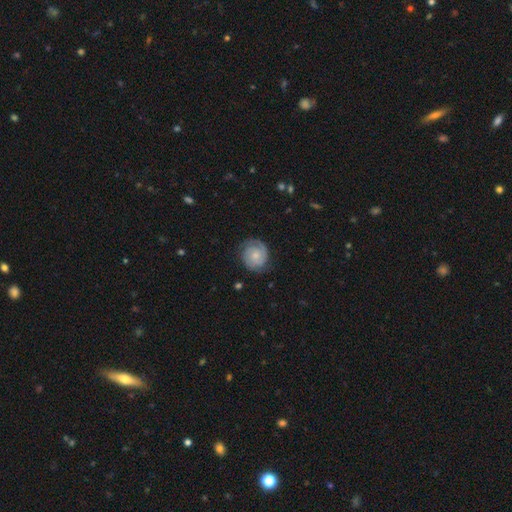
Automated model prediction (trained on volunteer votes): Smooth or featured?
  - featured or disk: 74% *
  - smooth: 20%
  - star or artifact: 6%
Edge-on disk?
  - no: 98% *
  - yes: 2%
Bar?
  - no: 73% *
  - weak: 24%
  - strong: 4%
Spiral arms?
  - yes: 95% *
  - no: 5%
Spiral winding?
  - tight: 68% *
  - medium: 25%
  - loose: 7%
Spiral arm count?
  - 2: 71% *
  - can't tell: 11%
  - 1: 8%
  - 3: 6%
  - 4: 2%
  - more than 4: 2%
Bulge size?
  - small: 56% *
  - moderate: 33%
  - none: 8%
  - large: 2%
  - dominant: 1%
Merging?
  - none: 78% *
  - minor disturbance: 16%
  - major disturbance: 5%
  - merger: 1%